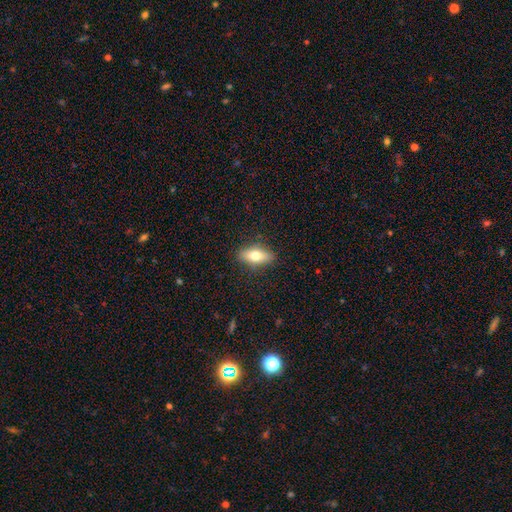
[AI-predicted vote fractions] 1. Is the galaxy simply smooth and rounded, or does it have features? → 69% smooth, 23% featured or disk, 7% star or artifact.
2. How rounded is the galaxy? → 75% in between, 20% cigar-shaped, 5% round.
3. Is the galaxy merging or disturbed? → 87% none, 10% minor disturbance, 2% major disturbance, 1% merger.